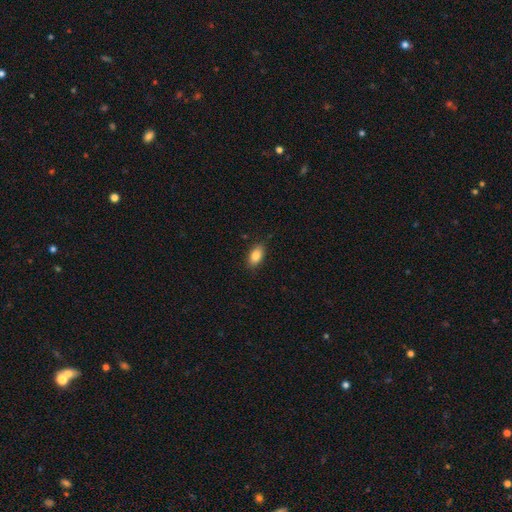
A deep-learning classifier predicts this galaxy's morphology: The model was most divided on "merging": none: 84%, minor disturbance: 13%, major disturbance: 2%, merger: 1%. More confident: how rounded — in between (90%); smooth or featured — smooth (85%).